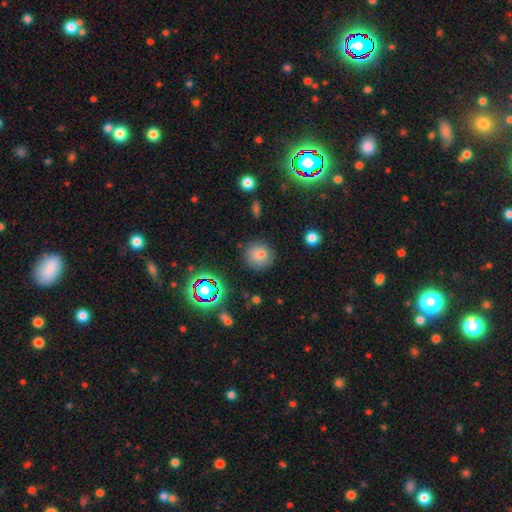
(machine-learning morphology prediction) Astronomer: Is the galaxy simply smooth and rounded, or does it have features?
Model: smooth — 65%.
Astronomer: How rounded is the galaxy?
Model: round — 92%.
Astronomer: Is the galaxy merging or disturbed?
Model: none — 88%.